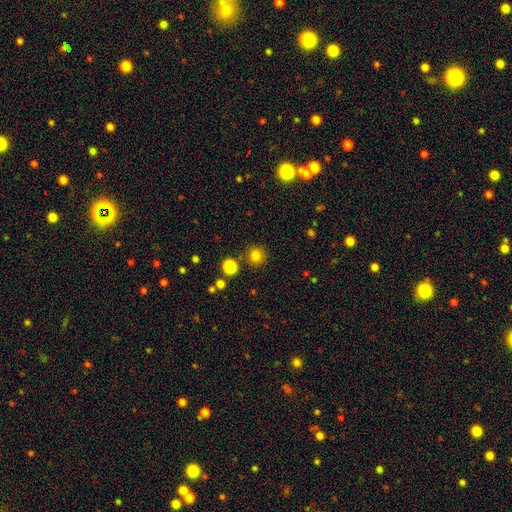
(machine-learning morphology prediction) Q: Smooth or featured?
A: smooth (82%); runner-up: star or artifact (13%)
Q: How rounded?
A: round (93%); runner-up: in between (6%)
Q: Merging?
A: none (86%); runner-up: minor disturbance (7%)